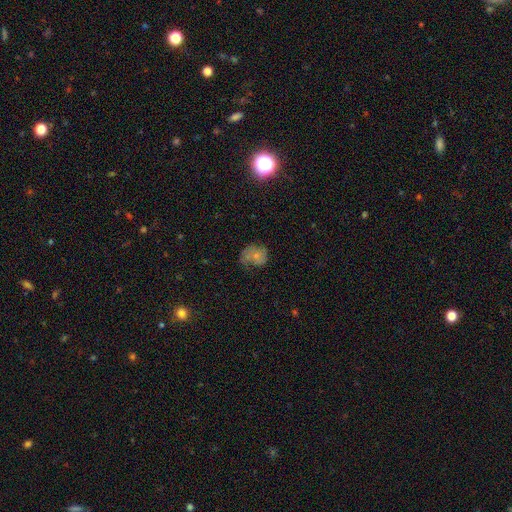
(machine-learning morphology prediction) A smooth galaxy with no disk features (61%) that is round (63%). Merging: none (42%).